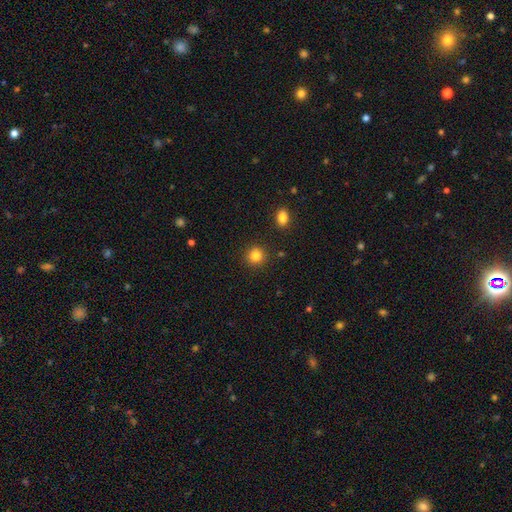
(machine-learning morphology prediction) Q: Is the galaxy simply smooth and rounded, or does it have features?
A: smooth — 84%.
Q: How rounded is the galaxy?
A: round — 89%.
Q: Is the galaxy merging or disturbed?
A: none — 87%.